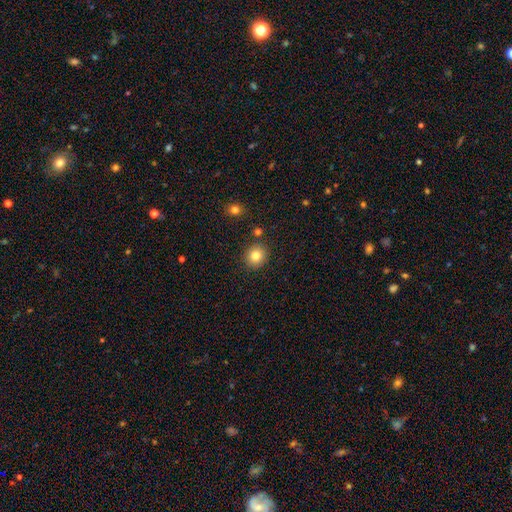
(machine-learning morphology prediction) smooth_or_featured: smooth (p=0.82) [alt: star or artifact p=0.11]
how_rounded: round (p=0.81) [alt: in between p=0.18]
merging: none (p=0.86) [alt: minor disturbance p=0.08]